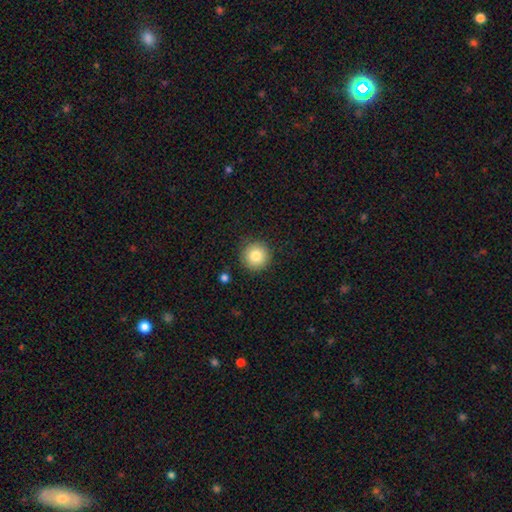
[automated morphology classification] Q: Smooth or featured?
A: smooth (83%); runner-up: star or artifact (9%)
Q: How rounded?
A: round (95%); runner-up: in between (4%)
Q: Merging?
A: none (90%); runner-up: minor disturbance (6%)